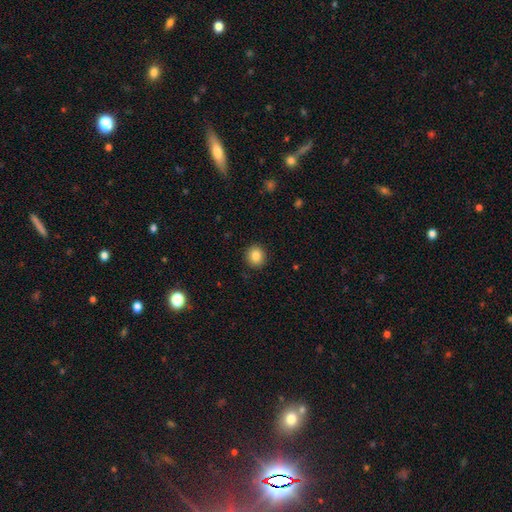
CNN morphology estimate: This is clearly a smooth galaxy (84%). How rounded: clearly round (86%). Merging: clearly none (91%).